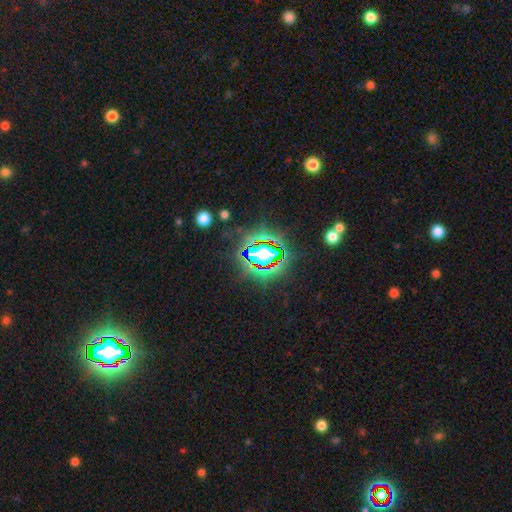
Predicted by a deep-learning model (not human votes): smooth_or_featured: star or artifact (p=0.76) [alt: smooth p=0.13]